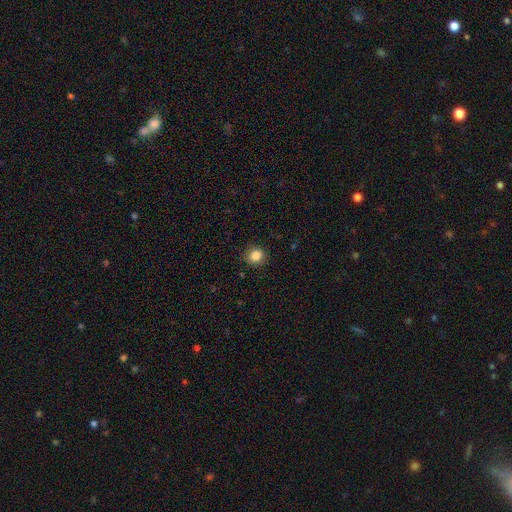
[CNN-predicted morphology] A smooth galaxy with no disk features (85%) that is round (88%). Merging: none (89%).